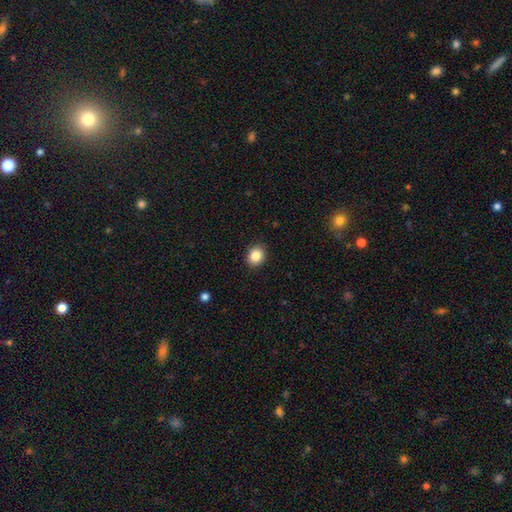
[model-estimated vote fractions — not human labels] Smooth or featured: smooth — 86% (star or artifact — 9%)
How rounded: round — 59% (in between — 40%)
Merging: none — 90% (minor disturbance — 7%)